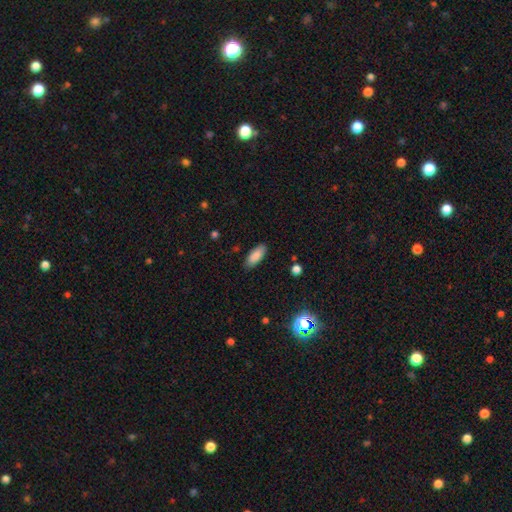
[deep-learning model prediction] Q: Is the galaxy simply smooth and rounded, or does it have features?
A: smooth — 88%.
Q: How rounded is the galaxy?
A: in between — 80%.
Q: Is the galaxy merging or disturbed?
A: none — 87%.